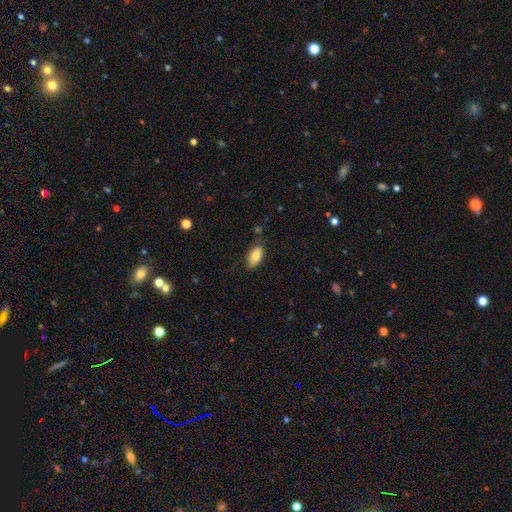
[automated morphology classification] A smooth galaxy with no disk features (81%) that is in between round and cigar-shaped (91%).

Vote fractions:
- Smooth or featured? smooth: 81% / featured or disk: 12% / star or artifact: 7%
- How rounded? in between: 91% / cigar-shaped: 6% / round: 3%
- Merging? none: 78% / minor disturbance: 17% / major disturbance: 3% / merger: 2%